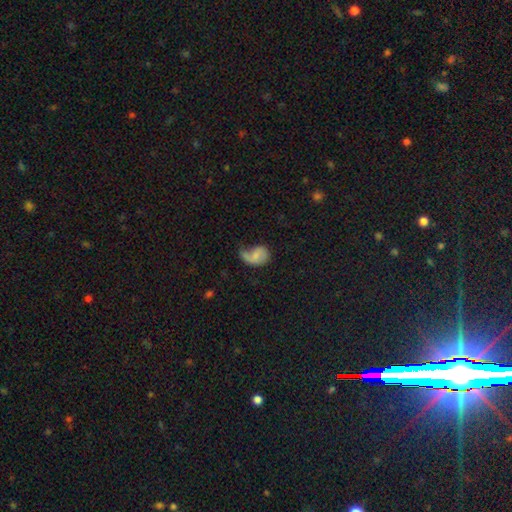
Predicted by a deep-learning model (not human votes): Smooth or featured: smooth — 52% (featured or disk — 39%)
How rounded: in between — 74% (round — 24%)
Merging: major disturbance — 39% (minor disturbance — 30%)